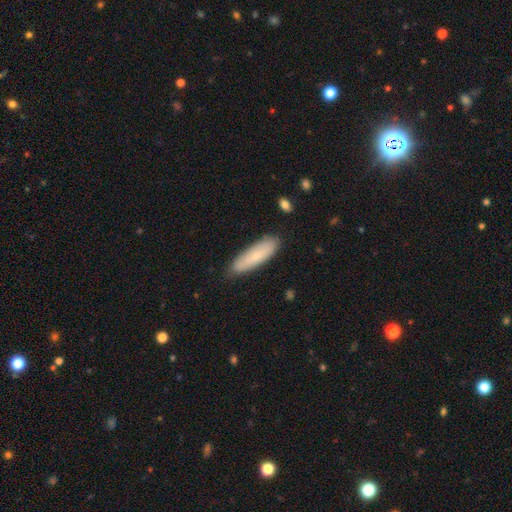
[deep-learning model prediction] Overall: smooth (67%). How rounded: cigar-shaped (55%; in between 43%). Merging: none (82%).